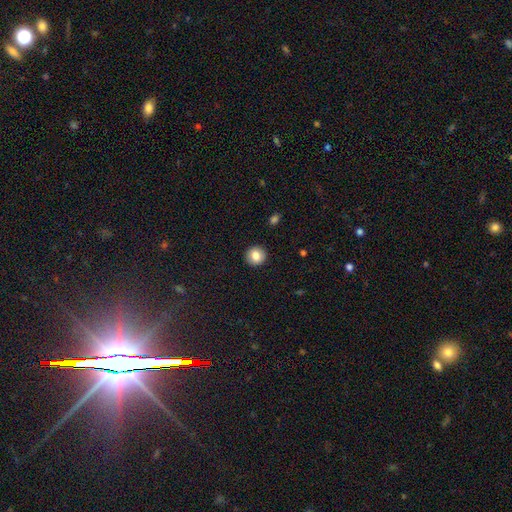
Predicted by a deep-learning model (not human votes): smooth-or-featured: smooth: 83% | star or artifact: 9% | featured or disk: 9%
  how-rounded: round: 92% | in between: 7% | cigar-shaped: 1%
  merging: none: 92% | minor disturbance: 5% | major disturbance: 2% | merger: 1%